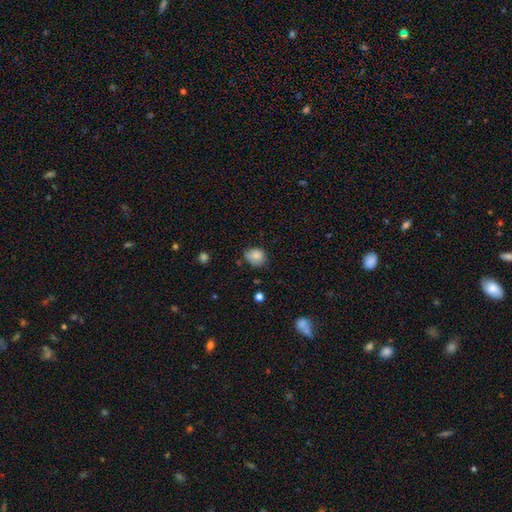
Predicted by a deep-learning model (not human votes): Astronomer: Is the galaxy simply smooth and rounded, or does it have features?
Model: smooth — 83%.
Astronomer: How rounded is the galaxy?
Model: round — 60% (runner-up: in between, 39%).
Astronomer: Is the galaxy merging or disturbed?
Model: none — 55% (runner-up: minor disturbance, 35%).